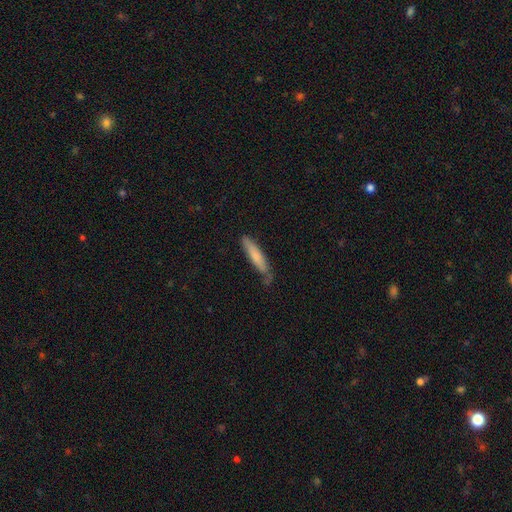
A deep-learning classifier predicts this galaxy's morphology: A smooth galaxy with no disk features (75%) that is cigar-shaped (87%).

Vote fractions:
- Smooth or featured? smooth: 75% / featured or disk: 20% / star or artifact: 6%
- How rounded? cigar-shaped: 87% / in between: 12% / round: 1%
- Merging? none: 66% / minor disturbance: 26% / major disturbance: 5% / merger: 3%